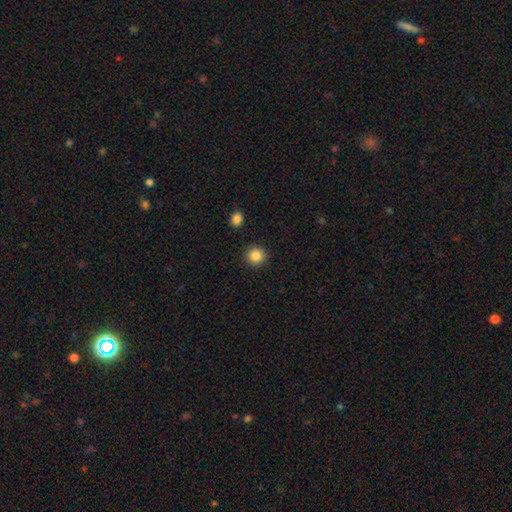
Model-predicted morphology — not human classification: Smooth or featured? Predicted: smooth (p=0.86). How rounded? Predicted: round (p=0.92). Merging? Predicted: none (p=0.91).